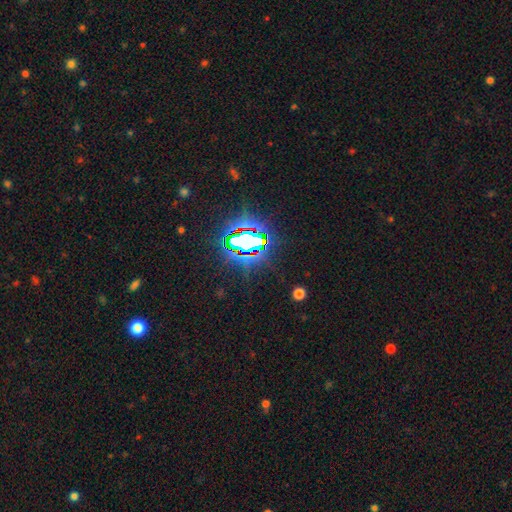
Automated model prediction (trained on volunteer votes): A star or artifact, not a galaxy (84%).

Vote fractions:
- Smooth or featured? star or artifact: 84% / smooth: 10% / featured or disk: 7%